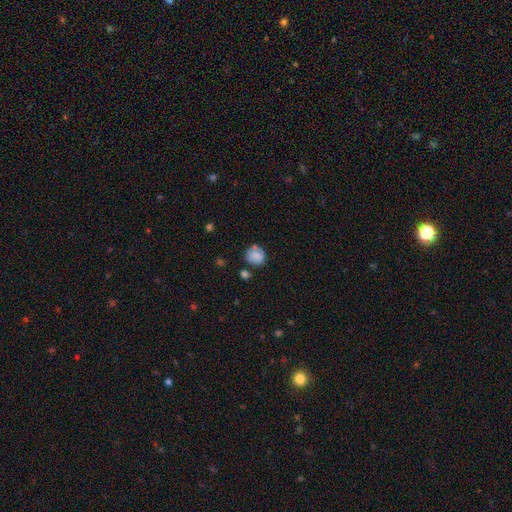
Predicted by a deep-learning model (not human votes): Q: Smooth or featured?
A: smooth (78%); runner-up: featured or disk (13%)
Q: How rounded?
A: round (78%); runner-up: in between (21%)
Q: Merging?
A: none (60%); runner-up: minor disturbance (23%)